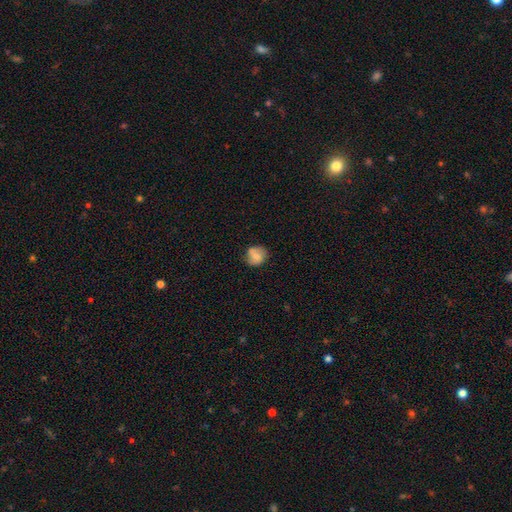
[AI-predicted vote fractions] Overall: smooth (68%). How rounded: round (74%). Merging: none (68%).